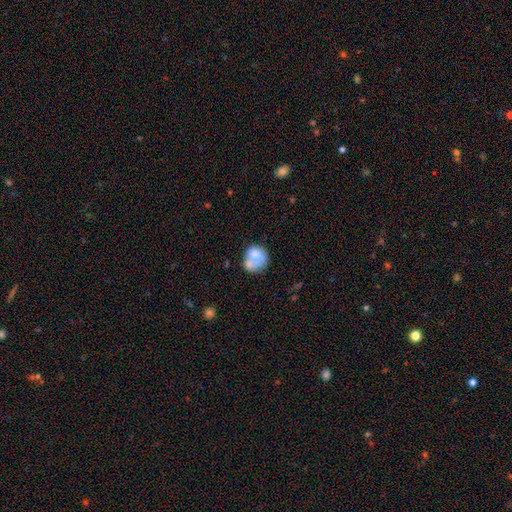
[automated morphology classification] Smooth or featured?
  - smooth: 62% *
  - featured or disk: 30%
  - star or artifact: 8%
How rounded?
  - round: 65% *
  - in between: 34%
  - cigar-shaped: 1%
Merging?
  - merger: 37% *
  - none: 33%
  - minor disturbance: 16%
  - major disturbance: 14%